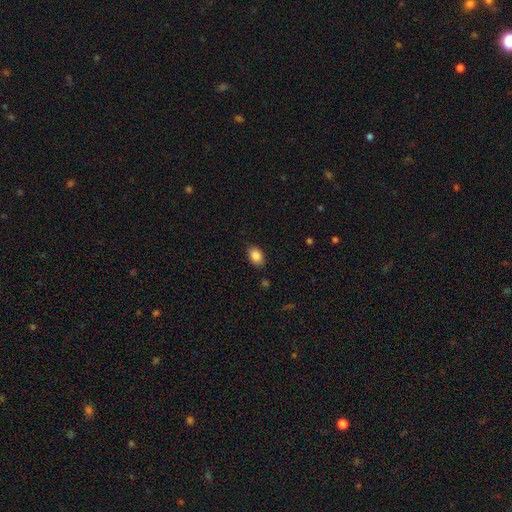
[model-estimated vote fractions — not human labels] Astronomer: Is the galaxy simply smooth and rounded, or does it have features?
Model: smooth — 87%.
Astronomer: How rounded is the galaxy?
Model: in between — 82%.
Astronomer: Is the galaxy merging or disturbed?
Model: none — 85%.